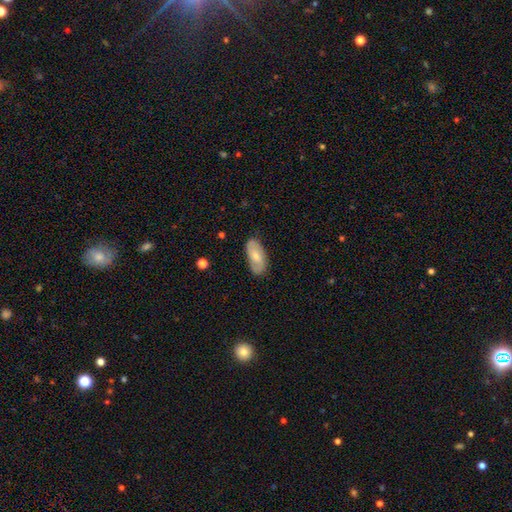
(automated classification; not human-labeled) smooth_or_featured: smooth (p=0.58) [alt: featured or disk p=0.36]
how_rounded: in between (p=0.91) [alt: cigar-shaped p=0.06]
merging: none (p=0.79) [alt: minor disturbance p=0.16]